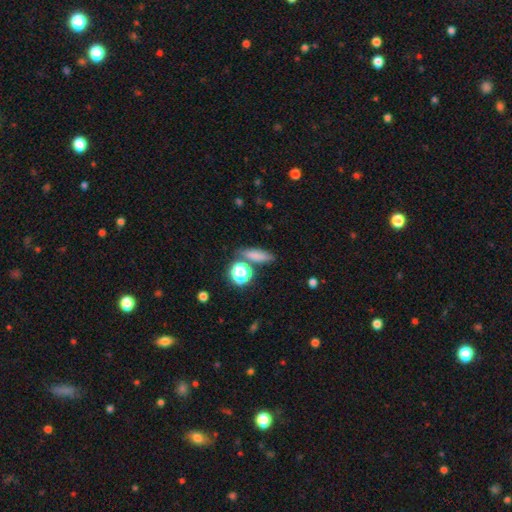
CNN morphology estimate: smooth-or-featured: smooth: 74% | star or artifact: 15% | featured or disk: 10%
  how-rounded: cigar-shaped: 43% | in between: 40% | round: 16%
  merging: none: 73% | minor disturbance: 13% | merger: 10% | major disturbance: 5%